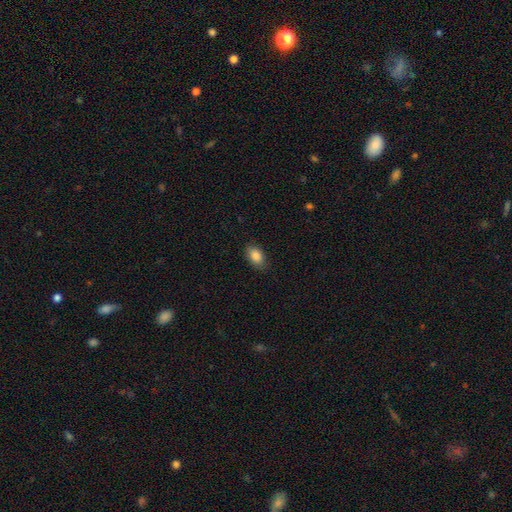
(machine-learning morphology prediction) Smooth or featured? Predicted: smooth (p=0.86). How rounded? Predicted: in between (p=0.88). Merging? Predicted: none (p=0.83).